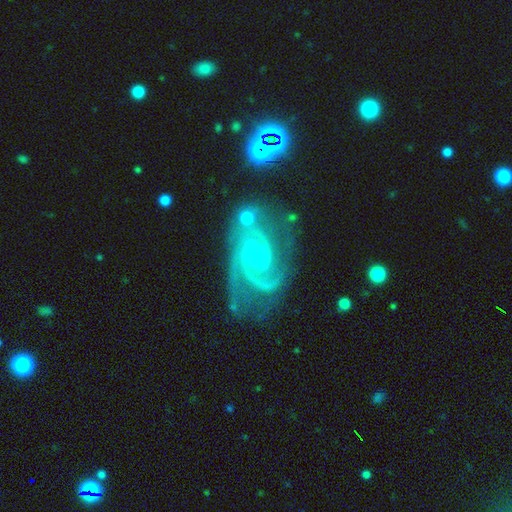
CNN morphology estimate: Smooth or featured?
  - featured or disk: 92% *
  - star or artifact: 6%
  - smooth: 3%
Edge-on disk?
  - no: 98% *
  - yes: 2%
Bar?
  - no: 56% *
  - weak: 33%
  - strong: 11%
Spiral arms?
  - yes: 98% *
  - no: 2%
Spiral winding?
  - tight: 51% *
  - medium: 43%
  - loose: 6%
Spiral arm count?
  - 2: 49% *
  - 3: 28%
  - can't tell: 8%
  - 4: 6%
  - 1: 4%
  - more than 4: 4%
Bulge size?
  - small: 78% *
  - moderate: 18%
  - none: 2%
  - large: 1%
  - dominant: 1%
Merging?
  - none: 58% *
  - minor disturbance: 23%
  - major disturbance: 13%
  - merger: 6%